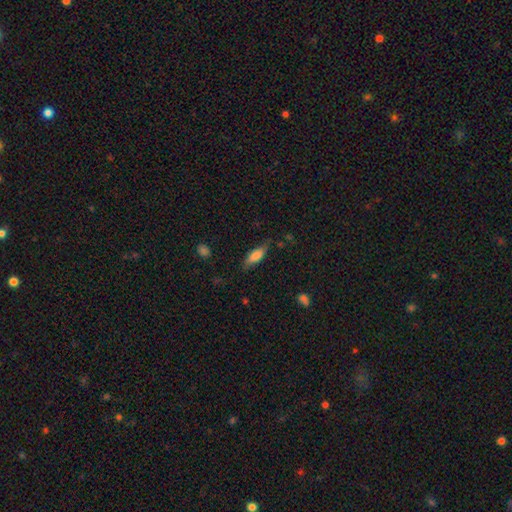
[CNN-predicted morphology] Q: Smooth or featured?
A: smooth (75%); runner-up: featured or disk (18%)
Q: How rounded?
A: in between (58%); runner-up: cigar-shaped (40%)
Q: Merging?
A: none (73%); runner-up: minor disturbance (21%)